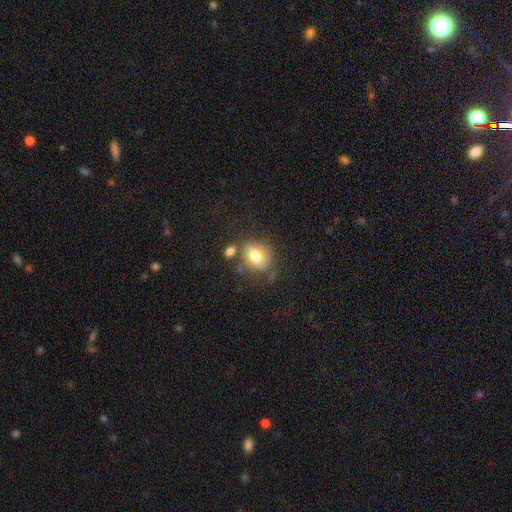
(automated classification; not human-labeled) Smooth or featured?
  - smooth: 76% *
  - featured or disk: 15%
  - star or artifact: 9%
How rounded?
  - round: 52% *
  - in between: 47%
  - cigar-shaped: 1%
Merging?
  - none: 57% *
  - minor disturbance: 21%
  - merger: 14%
  - major disturbance: 8%